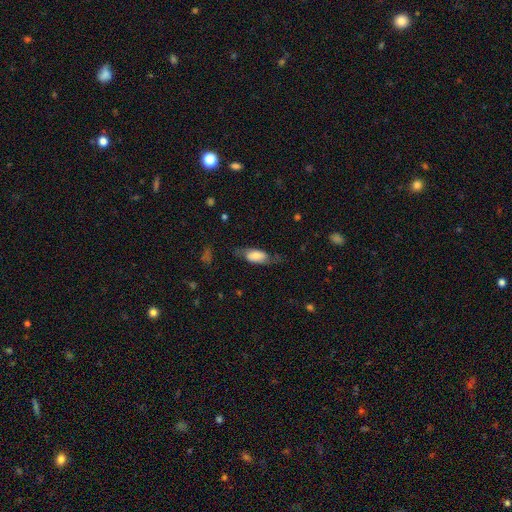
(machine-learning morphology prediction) Smooth or featured?
  - smooth: 58% *
  - featured or disk: 35%
  - star or artifact: 7%
How rounded?
  - in between: 81% *
  - cigar-shaped: 15%
  - round: 4%
Merging?
  - none: 61% *
  - minor disturbance: 23%
  - major disturbance: 15%
  - merger: 2%